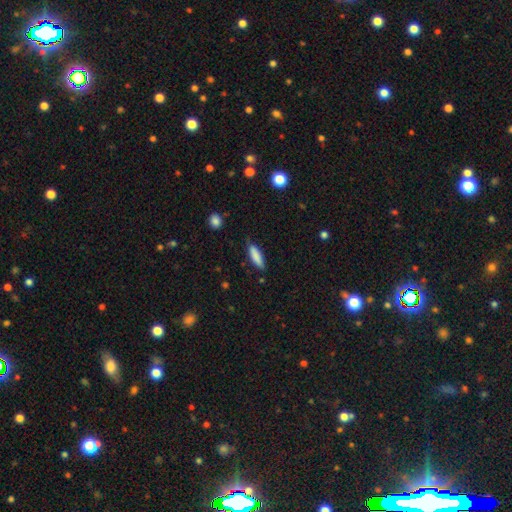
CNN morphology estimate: A smooth galaxy with no disk features (84%) that is cigar-shaped (56%). Merging: none (78%).